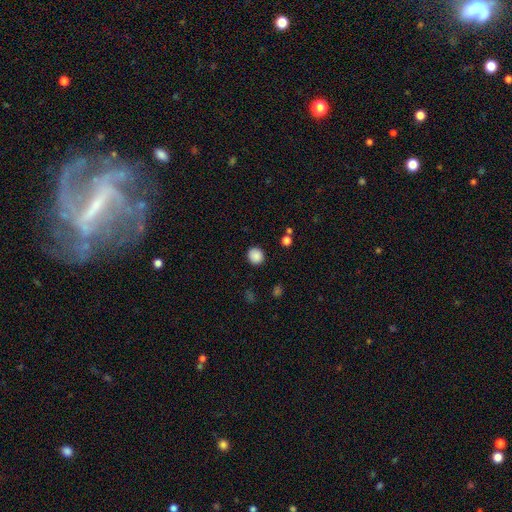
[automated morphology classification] Smooth or featured? Predicted: smooth (p=0.87). How rounded? Predicted: round (p=0.86). Merging? Predicted: none (p=0.90).